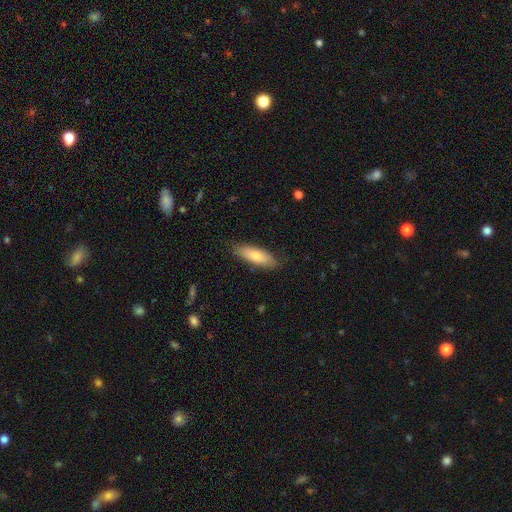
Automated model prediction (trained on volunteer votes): This appears to be a smooth galaxy with no disk features (69%) that is in between round and cigar-shaped (50%). Merging: none (85%).